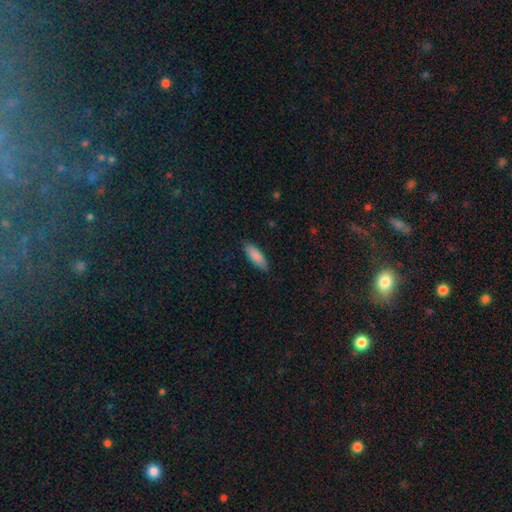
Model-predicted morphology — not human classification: Smooth or featured: smooth — 88% (featured or disk — 6%)
How rounded: in between — 61% (cigar-shaped — 37%)
Merging: none — 85% (minor disturbance — 11%)